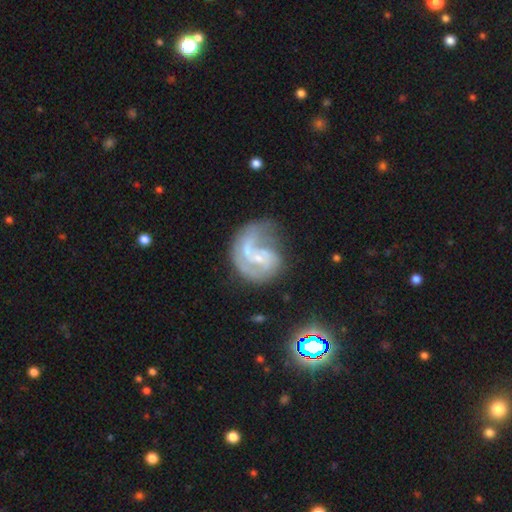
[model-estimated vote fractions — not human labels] Smooth or featured? featured or disk (82%)
Edge-on disk? no (98%)
Bar? no (50%)
Spiral arms? yes (91%)
Spiral winding? medium (45%)
Spiral arm count? 2 (52%)
Bulge size? small (68%)
Merging? none (38%)